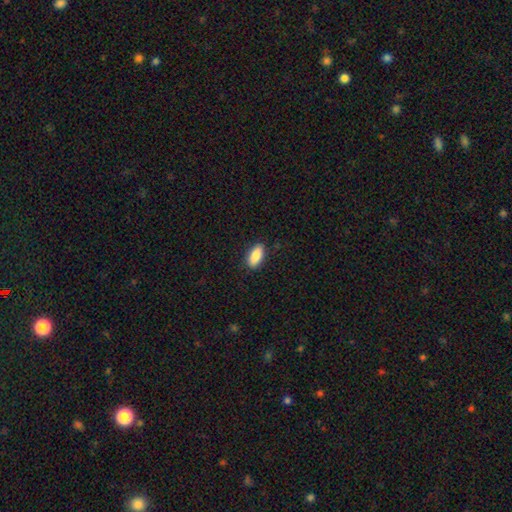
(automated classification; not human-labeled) Q: Smooth or featured?
A: smooth (88%); runner-up: star or artifact (7%)
Q: How rounded?
A: in between (87%); runner-up: cigar-shaped (10%)
Q: Merging?
A: none (87%); runner-up: minor disturbance (10%)